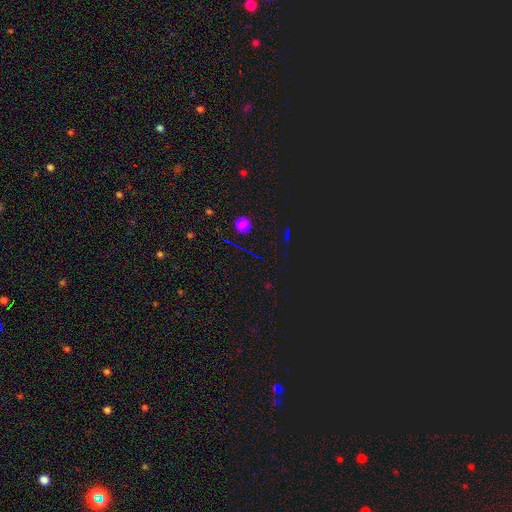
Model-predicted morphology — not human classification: A star or artifact, not a galaxy (75%).